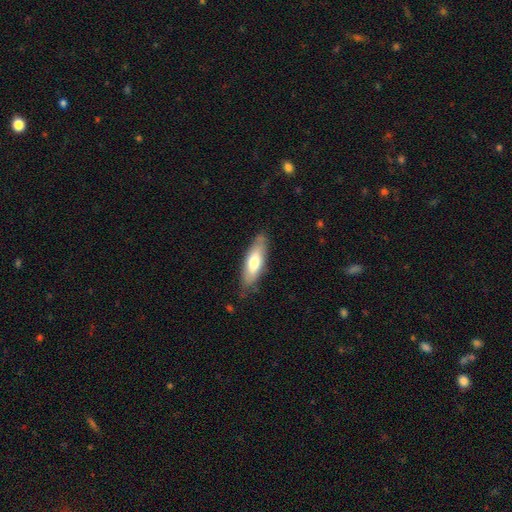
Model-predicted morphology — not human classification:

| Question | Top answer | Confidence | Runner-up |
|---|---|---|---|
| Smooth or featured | smooth | 62% | featured or disk (32%) |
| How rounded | in between | 53% | cigar-shaped (45%) |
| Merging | none | 80% | minor disturbance (16%) |